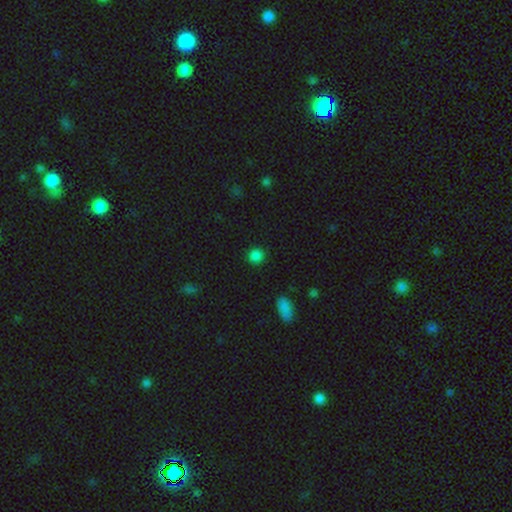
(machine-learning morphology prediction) Smooth or featured? smooth (84%)
How rounded? round (91%)
Merging? none (91%)